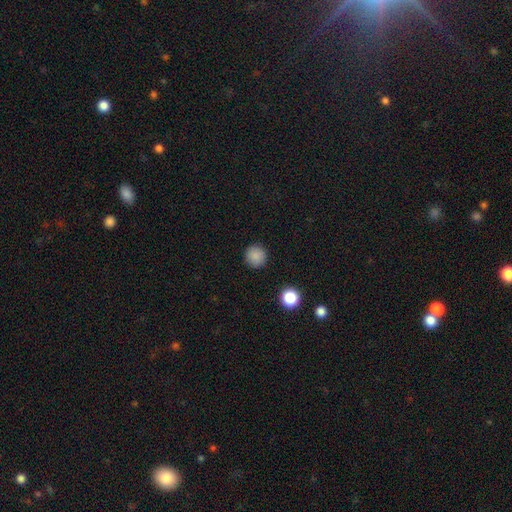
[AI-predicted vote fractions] A smooth galaxy with no disk features (86%) that is round (95%).

Vote fractions:
- Smooth or featured? smooth: 86% / star or artifact: 10% / featured or disk: 3%
- How rounded? round: 95% / in between: 4% / cigar-shaped: 1%
- Merging? none: 92% / minor disturbance: 5% / major disturbance: 2% / merger: 1%